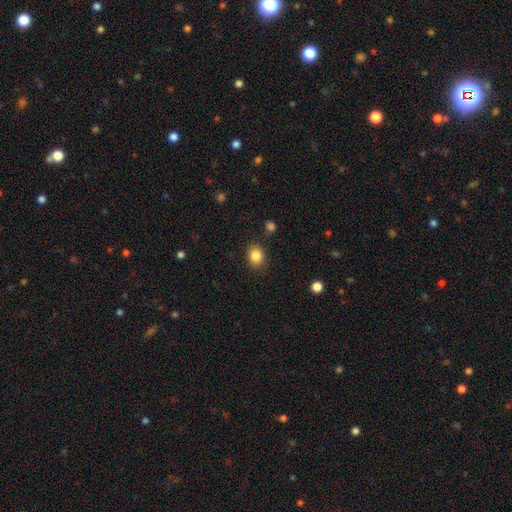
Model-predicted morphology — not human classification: This appears to be a smooth galaxy with no disk features (85%) that is round (56%). Merging: none (85%).